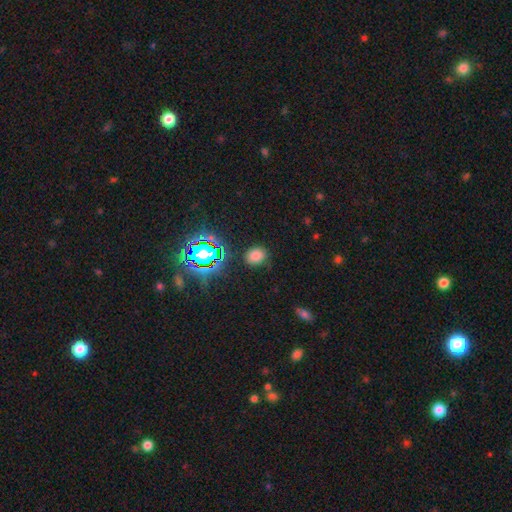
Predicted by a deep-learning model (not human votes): Smooth or featured?
  - smooth: 71% *
  - star or artifact: 23%
  - featured or disk: 6%
How rounded?
  - in between: 50% *
  - round: 49%
  - cigar-shaped: 1%
Merging?
  - none: 83% *
  - minor disturbance: 11%
  - major disturbance: 4%
  - merger: 2%